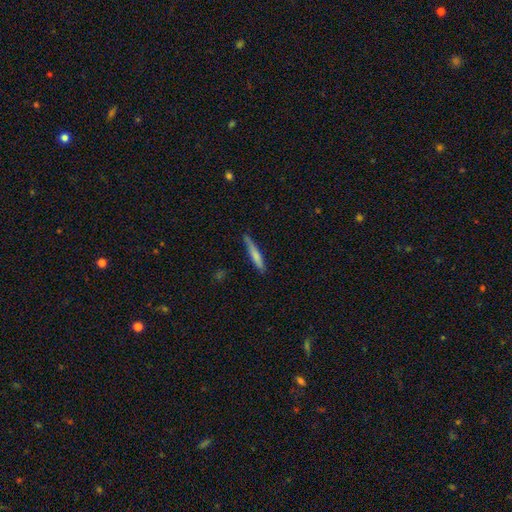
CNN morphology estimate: smooth-or-featured: smooth: 71% | featured or disk: 23% | star or artifact: 6%
  how-rounded: cigar-shaped: 92% | in between: 7% | round: 1%
  merging: none: 71% | minor disturbance: 23% | major disturbance: 4% | merger: 2%